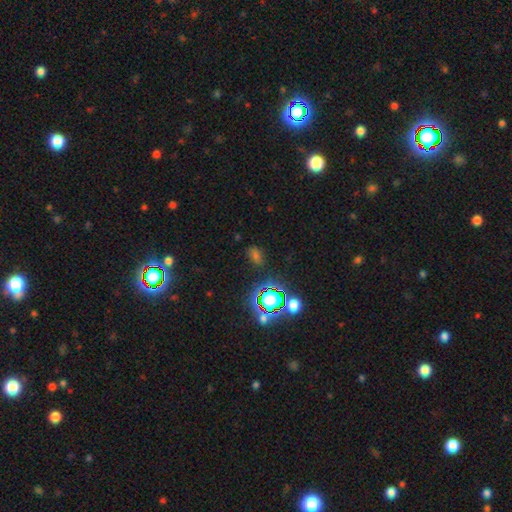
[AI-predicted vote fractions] Smooth or featured?
  - star or artifact: 45% * (tied)
  - smooth: 45% * (tied)
  - featured or disk: 10%